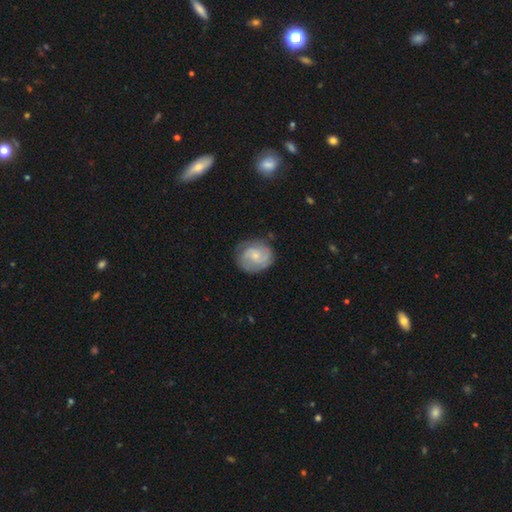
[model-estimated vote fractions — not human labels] Smooth or featured? Predicted: featured or disk (p=0.75). Edge-on disk? Predicted: no (p=0.98). Bar? Predicted: no (p=0.65). Spiral arms? Predicted: yes (p=0.94). Spiral winding? Predicted: tight (p=0.51). Spiral arm count? Predicted: 2 (p=0.57). Bulge size? Predicted: small (p=0.70). Merging? Predicted: none (p=0.77).